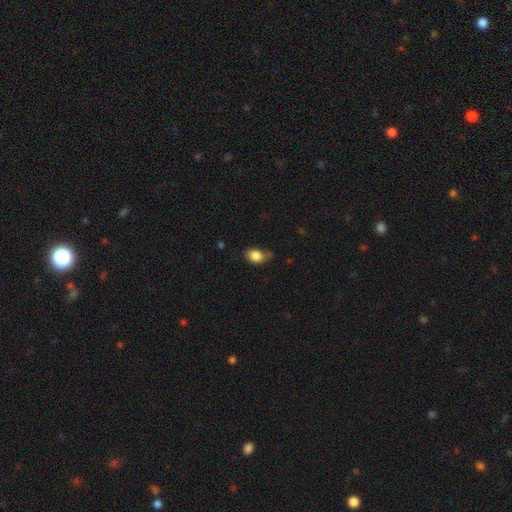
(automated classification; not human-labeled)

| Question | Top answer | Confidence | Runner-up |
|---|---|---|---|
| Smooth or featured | smooth | 84% | star or artifact (8%) |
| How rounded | in between | 77% | round (21%) |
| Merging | none | 59% | minor disturbance (31%) |